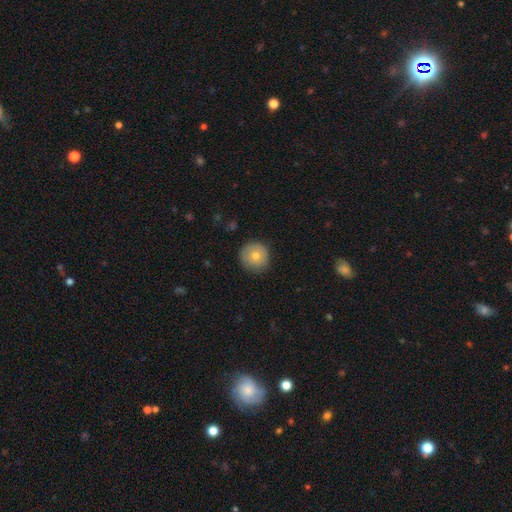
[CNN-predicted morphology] Smooth or featured?
  - smooth: 72% *
  - featured or disk: 20%
  - star or artifact: 8%
How rounded?
  - round: 95% *
  - in between: 4%
  - cigar-shaped: 1%
Merging?
  - none: 85% *
  - minor disturbance: 12%
  - major disturbance: 3%
  - merger: 1%